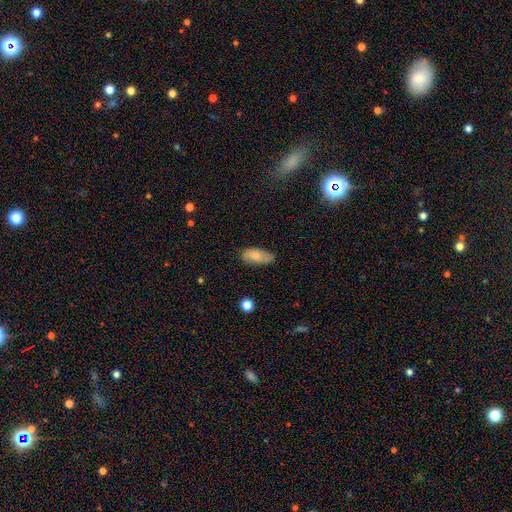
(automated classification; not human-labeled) Smooth or featured? smooth (78%)
How rounded? in between (89%)
Merging? none (71%)